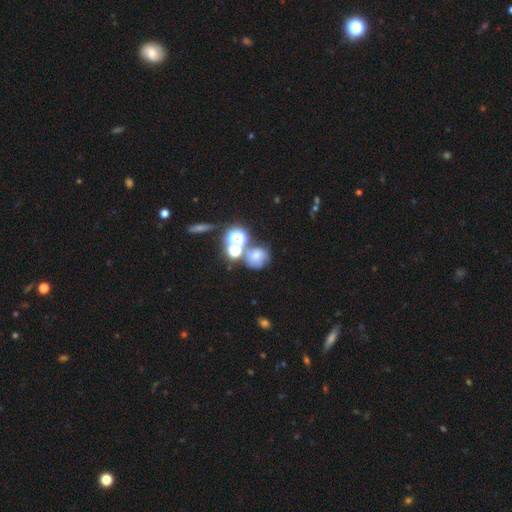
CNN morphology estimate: smooth_or_featured: smooth (p=0.45) [alt: featured or disk p=0.28]
merging: none (p=0.42) [alt: merger p=0.36]